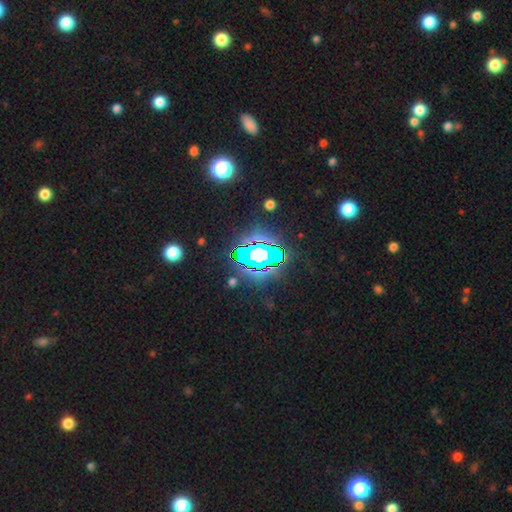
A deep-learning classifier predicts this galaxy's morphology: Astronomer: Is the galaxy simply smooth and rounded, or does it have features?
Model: star or artifact — 66%.